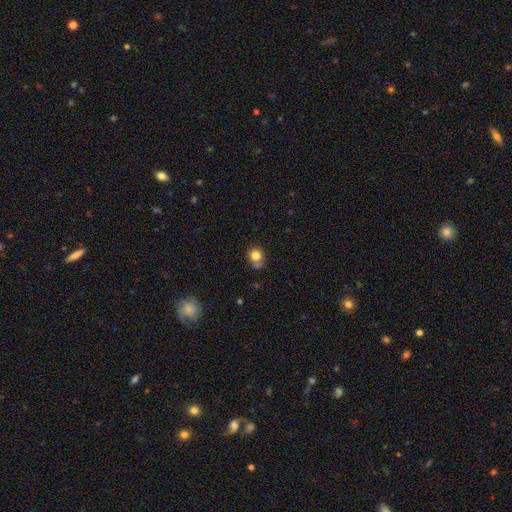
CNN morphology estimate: Q: Smooth or featured?
A: smooth (81%); runner-up: star or artifact (12%)
Q: How rounded?
A: round (81%); runner-up: in between (18%)
Q: Merging?
A: none (60%); runner-up: minor disturbance (21%)